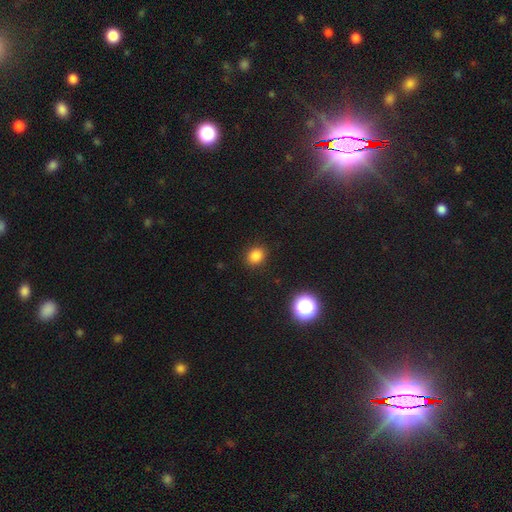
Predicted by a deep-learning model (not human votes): A smooth galaxy with no disk features (82%) that is round (61%). Merging: none (89%).